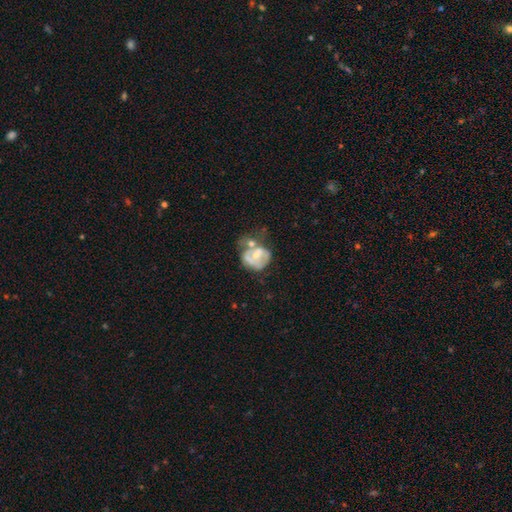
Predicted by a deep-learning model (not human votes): Smooth or featured: featured or disk — 57% (smooth — 35%)
Edge-on disk: no — 98% (yes — 2%)
Bar: no — 72% (weak — 22%)
Spiral arms: no — 64% (yes — 36%)
Bulge size: moderate — 47% (small — 42%)
Merging: merger — 36% (none — 23%)